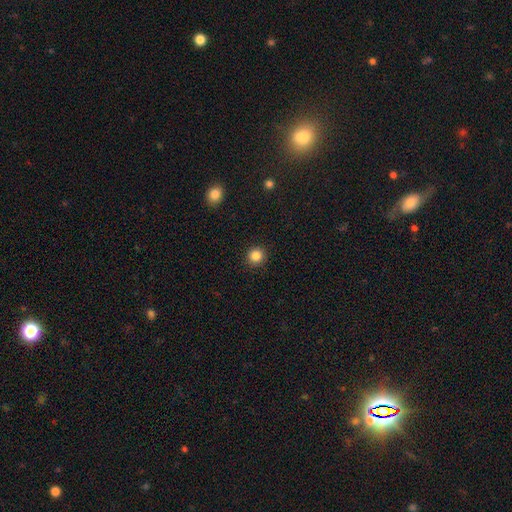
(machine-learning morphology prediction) smooth-or-featured: smooth: 85% | star or artifact: 11% | featured or disk: 4%
  how-rounded: round: 93% | in between: 6% | cigar-shaped: 1%
  merging: none: 92% | minor disturbance: 5% | major disturbance: 2% | merger: 1%